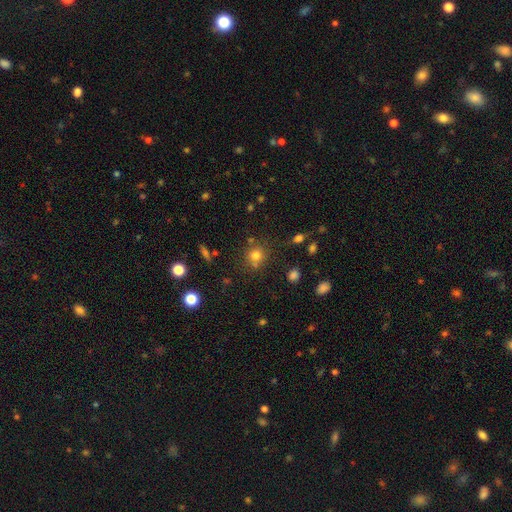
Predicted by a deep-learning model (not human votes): This is likely a smooth galaxy (76%). How rounded: clearly round (87%). Merging: likely none (74%).